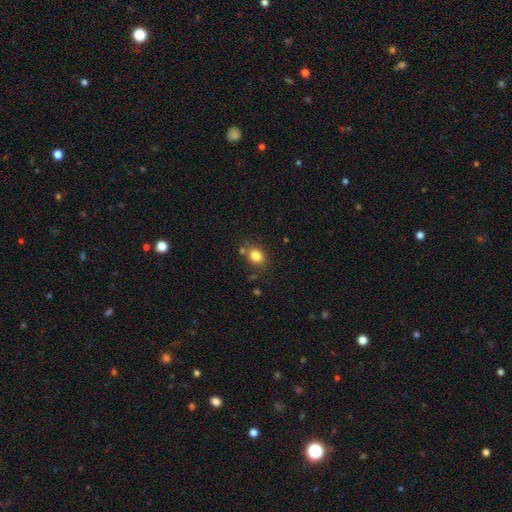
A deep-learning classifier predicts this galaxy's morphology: This is clearly a smooth galaxy (82%). How rounded: possibly in between (54%). Merging: likely none (72%).